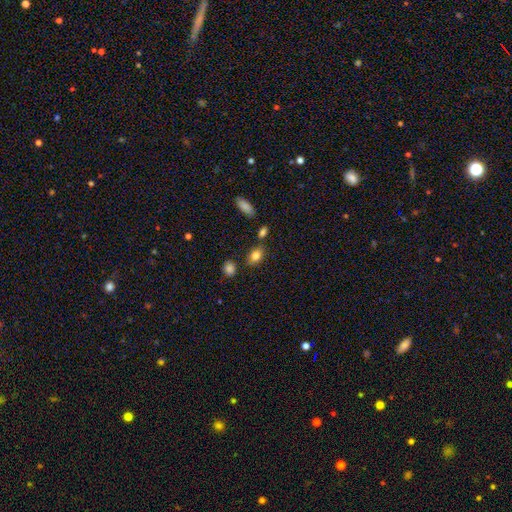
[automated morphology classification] type=smooth (82%); roundness=in between (83%); merging=none (73%).